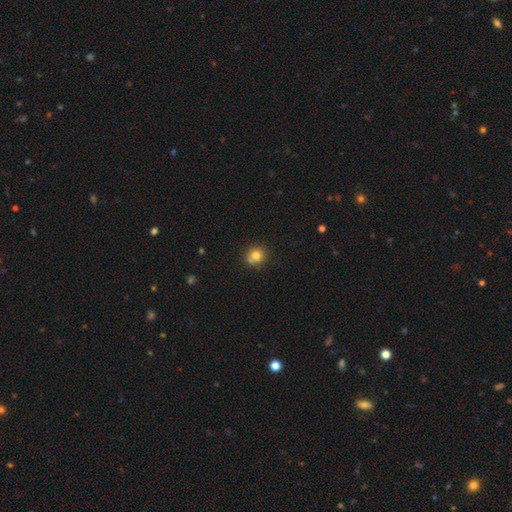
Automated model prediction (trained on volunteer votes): Smooth or featured? Predicted: smooth (p=0.77). How rounded? Predicted: round (p=0.86). Merging? Predicted: none (p=0.66).